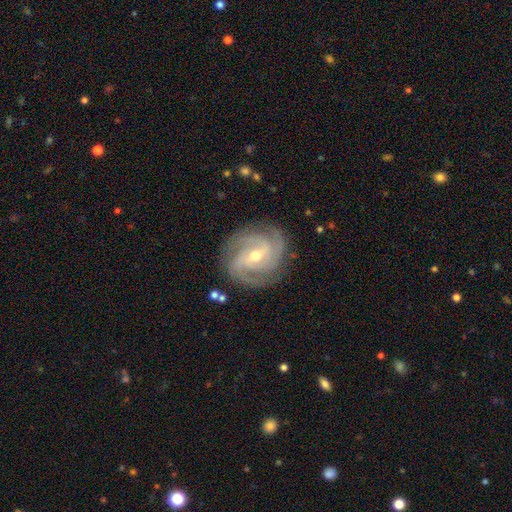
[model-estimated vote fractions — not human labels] Morphology: type=featured or disk (91%); edge-on=no (98%); bar=weak (50%); spiral arms=yes (98%); winding=tight (57%); arm count=3 (51%); bulge=moderate (53%); merging=none (83%).